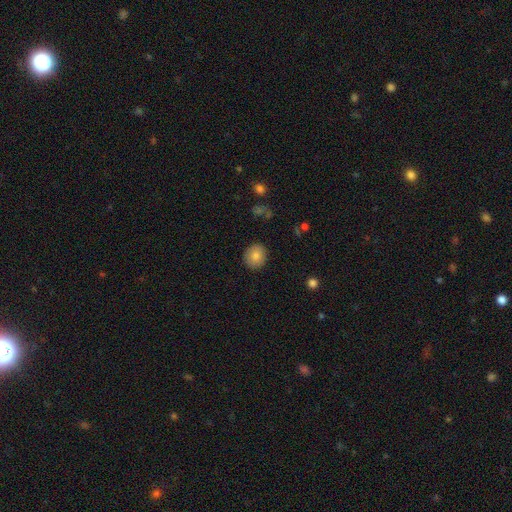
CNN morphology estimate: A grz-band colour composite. It shows a smooth galaxy with no disk features (82%) that is round (81%). Merging: none (89%).